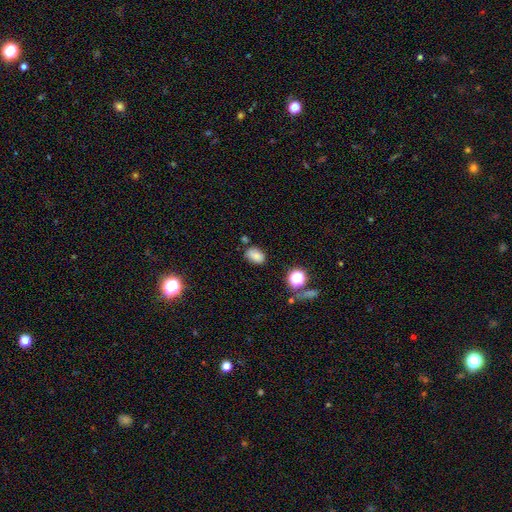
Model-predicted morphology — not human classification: Smooth or featured? Predicted: smooth (p=0.79). How rounded? Predicted: in between (p=0.82). Merging? Predicted: none (p=0.71).